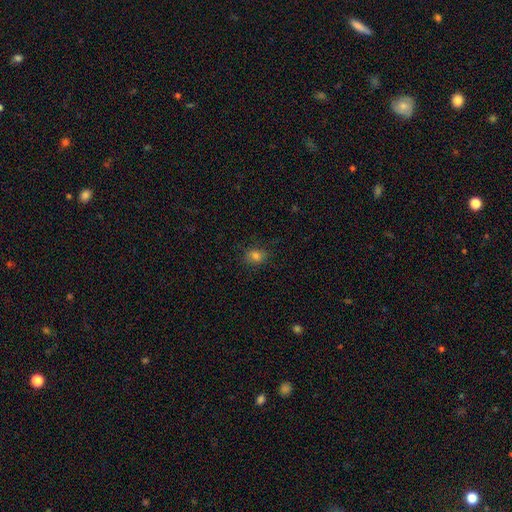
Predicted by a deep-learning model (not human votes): Morphology: type=smooth (78%); roundness=in between (50%); merging=none (84%).